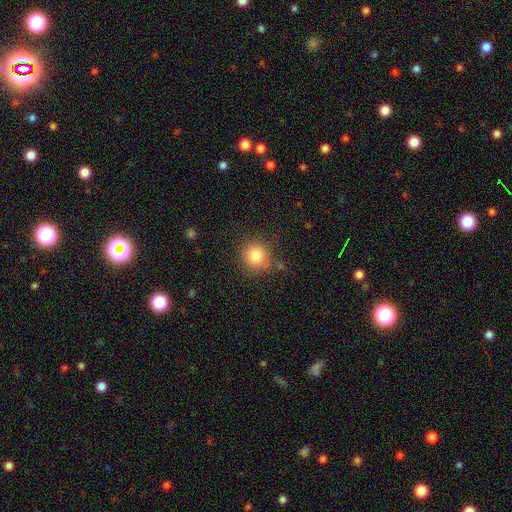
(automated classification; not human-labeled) Smooth or featured: smooth — 82% (star or artifact — 11%)
How rounded: round — 92% (in between — 8%)
Merging: none — 82% (minor disturbance — 12%)